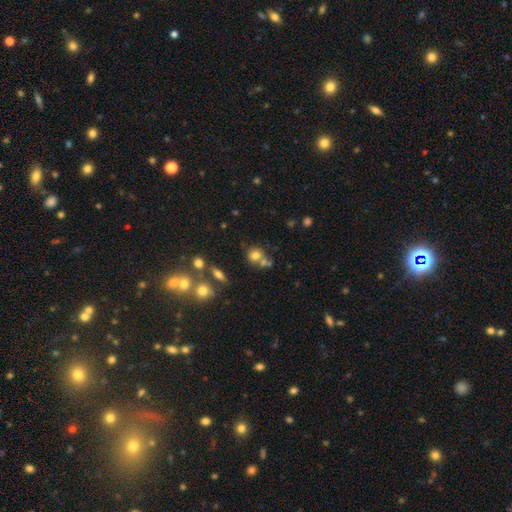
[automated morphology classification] This appears to be a smooth galaxy with no disk features (72%) that is round (77%). Merging: none (50%).